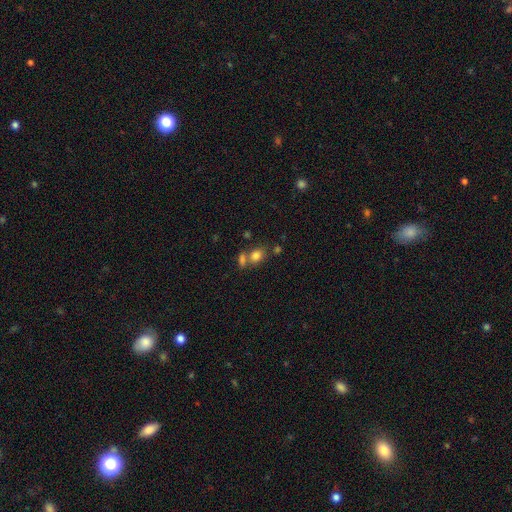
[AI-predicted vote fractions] The model was most divided on "how rounded": in between: 55%, round: 44%, cigar-shaped: 2%. More confident: smooth or featured — smooth (80%); merging — none (51%).